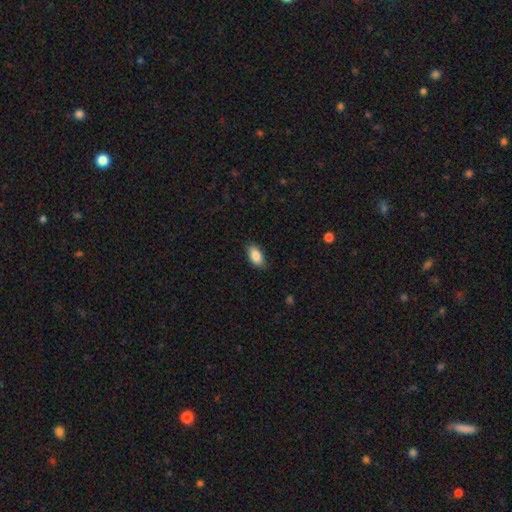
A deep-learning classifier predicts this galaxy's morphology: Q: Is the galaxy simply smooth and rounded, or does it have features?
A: smooth — 87%.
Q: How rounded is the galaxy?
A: in between — 92%.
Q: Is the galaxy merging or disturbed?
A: none — 82%.